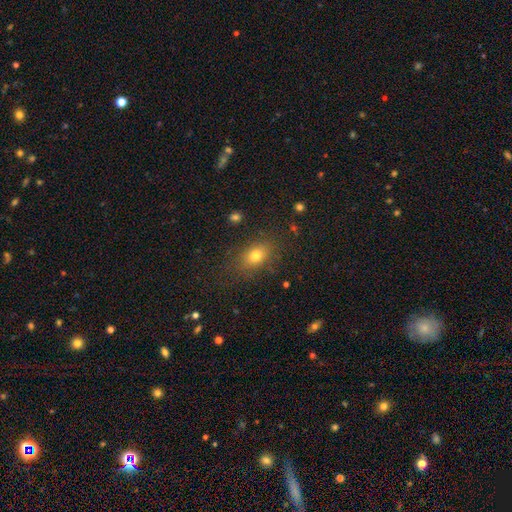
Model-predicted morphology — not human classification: A smooth galaxy with no disk features (76%) that is in between round and cigar-shaped (73%).

Vote fractions:
- Smooth or featured? smooth: 76% / star or artifact: 14% / featured or disk: 10%
- How rounded? in between: 73% / round: 24% / cigar-shaped: 3%
- Merging? none: 80% / minor disturbance: 13% / major disturbance: 5% / merger: 2%